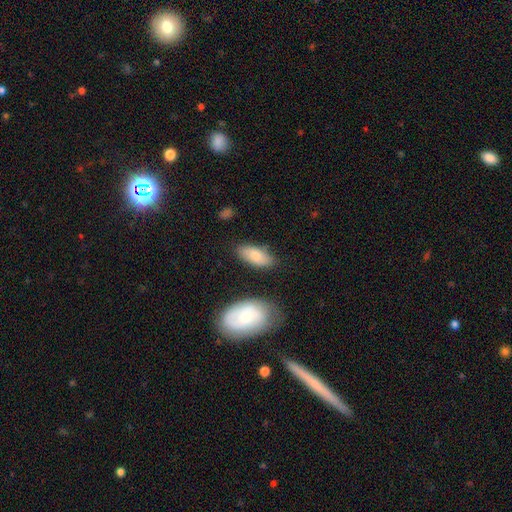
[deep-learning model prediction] smooth 77%, featured or disk 17%, star or artifact 6%. Down the decision tree: how rounded — in between (87%); merging — none (77%).